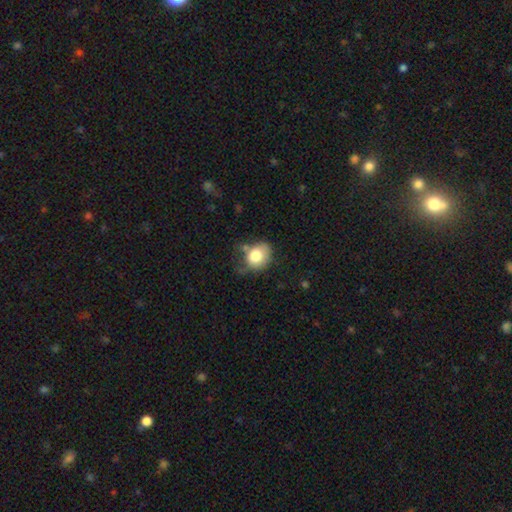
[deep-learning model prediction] A smooth galaxy with no disk features (78%) that is round (53%). Merging: none (46%).